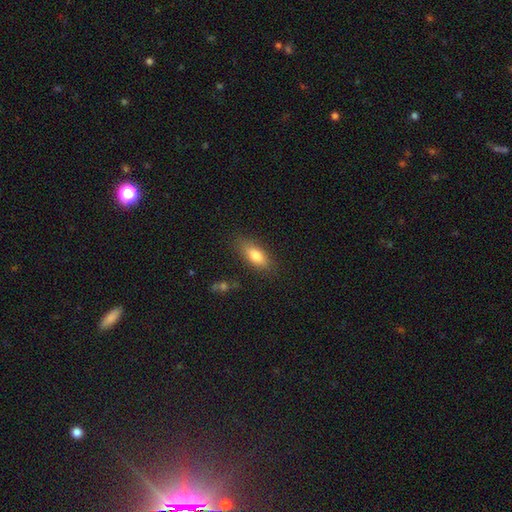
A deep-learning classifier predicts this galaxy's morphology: A smooth galaxy with no disk features (79%) that is in between round and cigar-shaped (79%).

Vote fractions:
- Smooth or featured? smooth: 79% / featured or disk: 13% / star or artifact: 7%
- How rounded? in between: 79% / cigar-shaped: 18% / round: 4%
- Merging? none: 81% / minor disturbance: 14% / major disturbance: 4% / merger: 2%